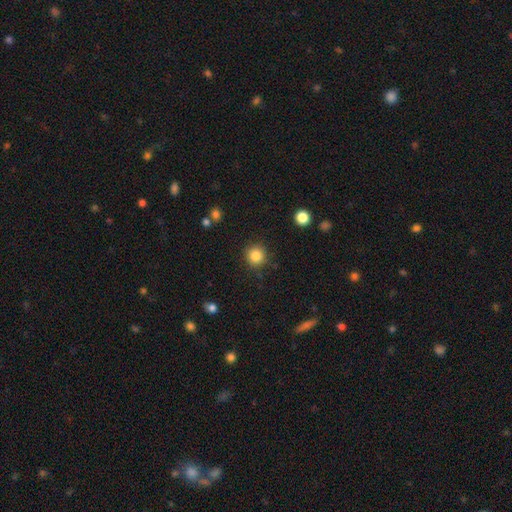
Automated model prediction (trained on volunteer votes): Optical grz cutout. It shows a smooth galaxy with no disk features (85%) that is round (93%). Merging: none (89%).